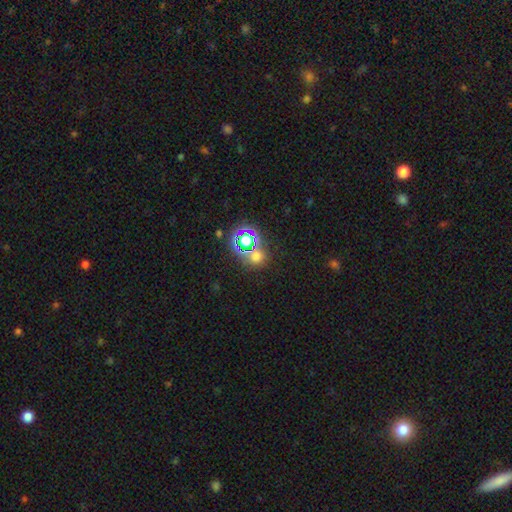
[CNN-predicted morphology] Smooth or featured: smooth — 52% (star or artifact — 40%)
How rounded: round — 85% (in between — 14%)
Merging: none — 70% (merger — 18%)